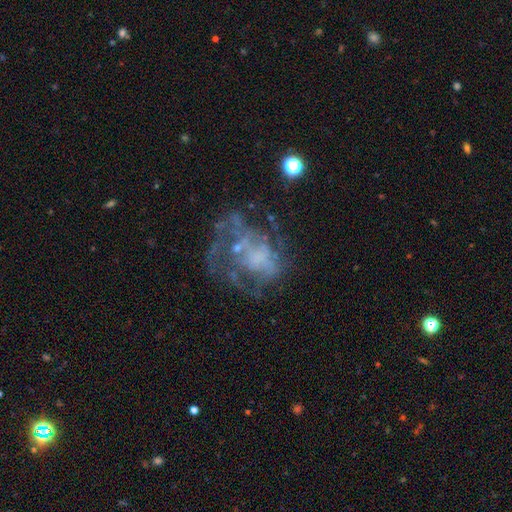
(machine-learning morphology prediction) Smooth or featured: featured or disk — 66% (smooth — 18%)
Edge-on disk: no — 98% (yes — 2%)
Bar: no — 85% (weak — 12%)
Spiral arms: no — 68% (yes — 32%)
Bulge size: none — 61% (small — 17%)
Merging: none — 42% (major disturbance — 35%)